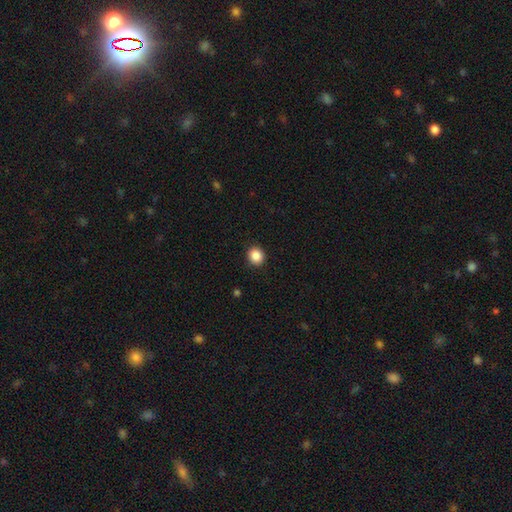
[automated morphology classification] Overall: smooth (88%). How rounded: round (82%). Merging: none (91%).